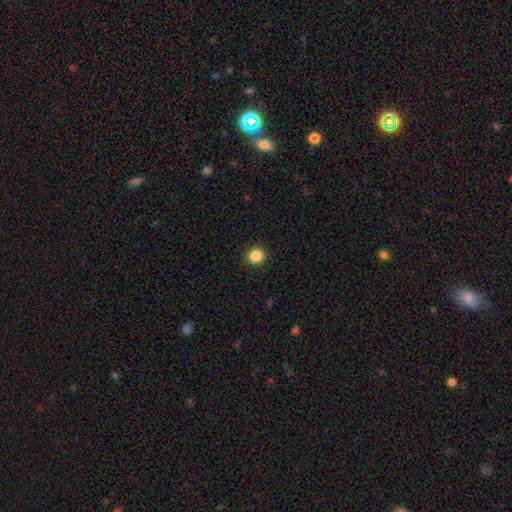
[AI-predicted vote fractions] Smooth or featured? Predicted: smooth (p=0.87). How rounded? Predicted: round (p=0.91). Merging? Predicted: none (p=0.92).